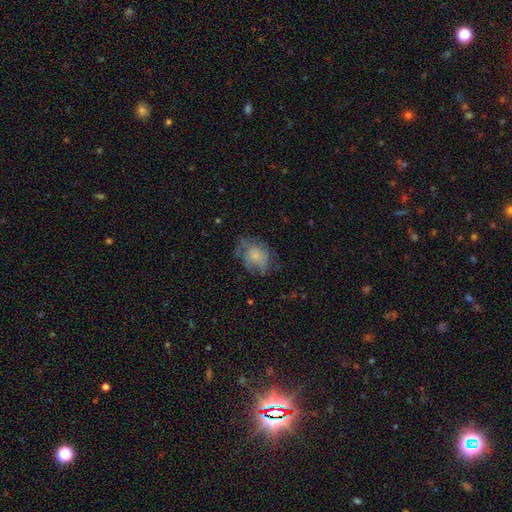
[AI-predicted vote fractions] Smooth or featured? Predicted: smooth (p=0.62). How rounded? Predicted: in between (p=0.51). Merging? Predicted: none (p=0.50).